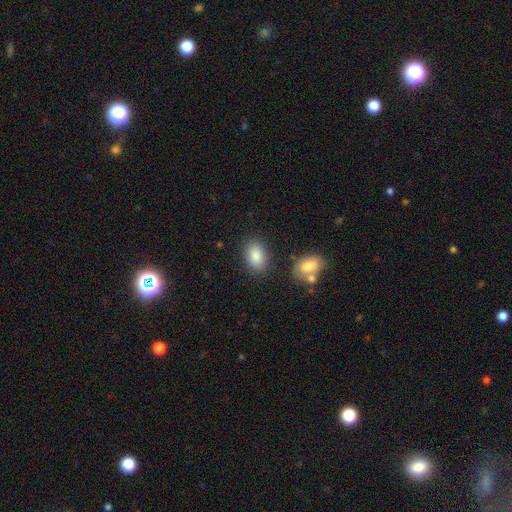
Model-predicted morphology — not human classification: This is clearly a smooth galaxy (87%). How rounded: clearly in between (87%). Merging: clearly none (81%).